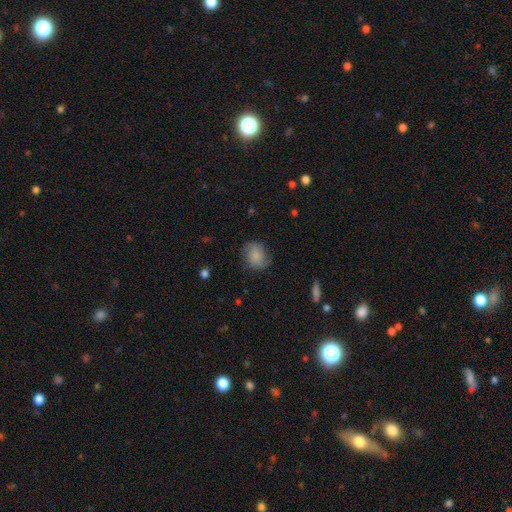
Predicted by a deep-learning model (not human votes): A smooth galaxy with no disk features (60%) that is round (68%). Merging: none (70%).